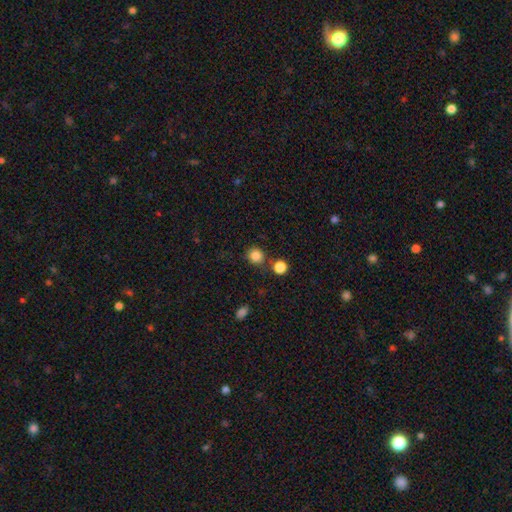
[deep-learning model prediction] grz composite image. It shows a smooth galaxy with no disk features (84%) that is round (89%). Merging: none (76%).